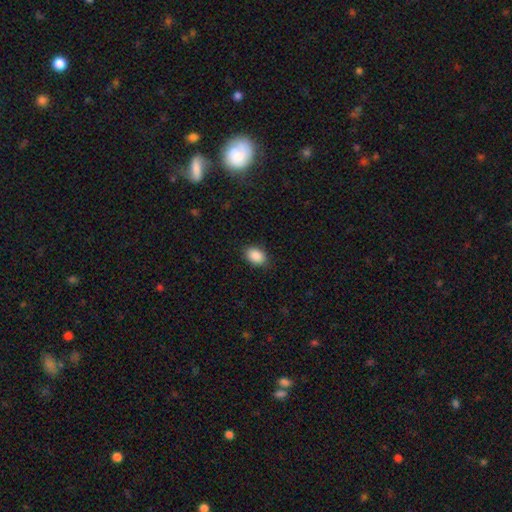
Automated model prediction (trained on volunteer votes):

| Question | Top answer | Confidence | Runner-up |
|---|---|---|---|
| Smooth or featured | smooth | 89% | star or artifact (7%) |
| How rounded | in between | 84% | round (15%) |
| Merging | none | 87% | minor disturbance (9%) |